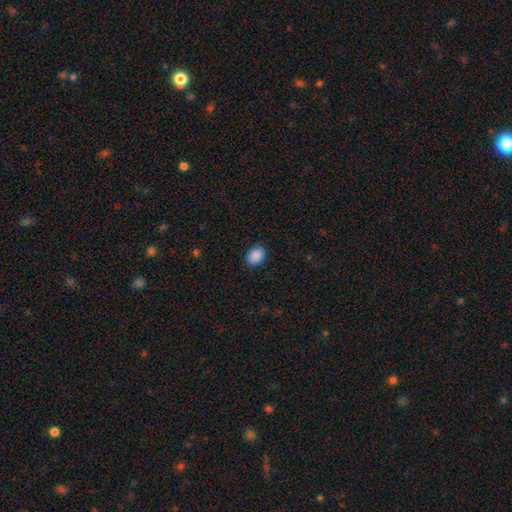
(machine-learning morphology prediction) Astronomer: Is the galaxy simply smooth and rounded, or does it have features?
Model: smooth — 90%.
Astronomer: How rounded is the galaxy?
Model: in between — 75%.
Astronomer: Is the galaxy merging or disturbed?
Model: none — 89%.